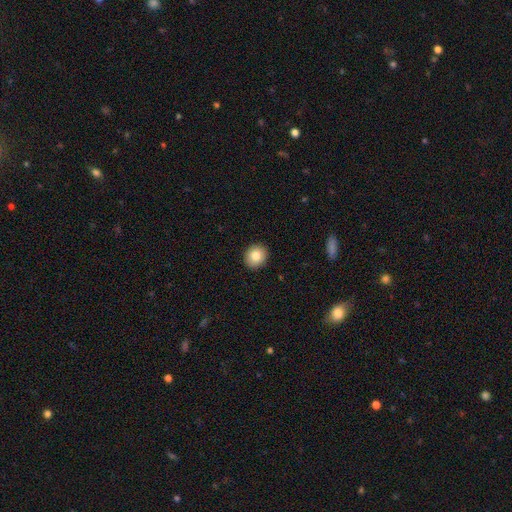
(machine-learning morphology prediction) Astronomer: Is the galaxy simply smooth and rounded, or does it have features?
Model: smooth — 83%.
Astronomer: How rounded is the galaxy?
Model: round — 74%.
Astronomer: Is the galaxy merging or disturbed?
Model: none — 92%.